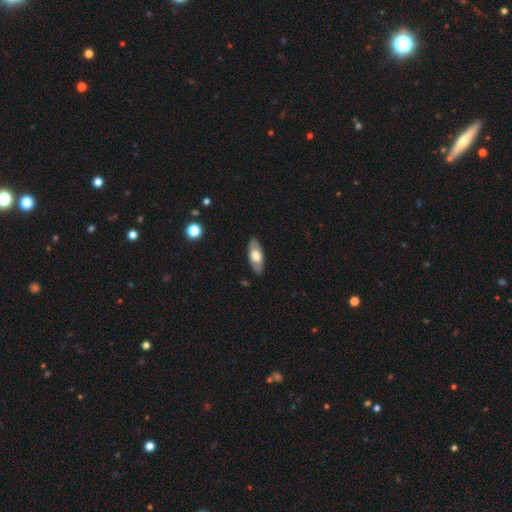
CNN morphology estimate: Q: Smooth or featured?
A: smooth (60%); runner-up: featured or disk (35%)
Q: How rounded?
A: in between (82%); runner-up: cigar-shaped (15%)
Q: Merging?
A: none (87%); runner-up: minor disturbance (10%)